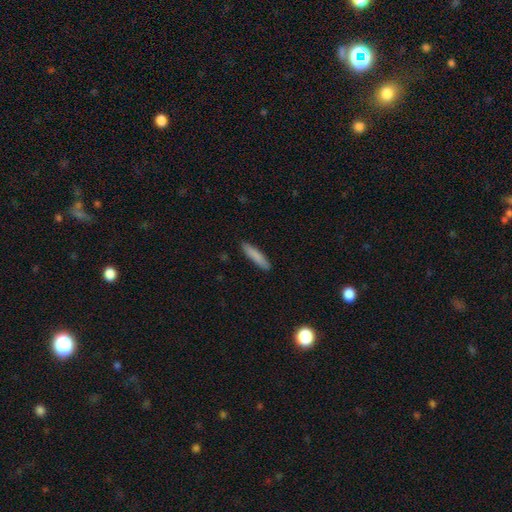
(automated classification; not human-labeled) The model was most divided on "smooth or featured": smooth: 84%, featured or disk: 10%, star or artifact: 6%. More confident: merging — none (88%); how rounded — cigar-shaped (87%).